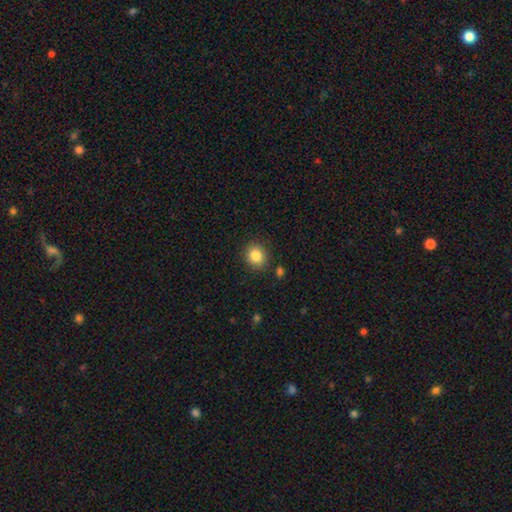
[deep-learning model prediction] Q: Smooth or featured?
A: smooth (84%); runner-up: star or artifact (10%)
Q: How rounded?
A: round (78%); runner-up: in between (21%)
Q: Merging?
A: none (87%); runner-up: minor disturbance (8%)